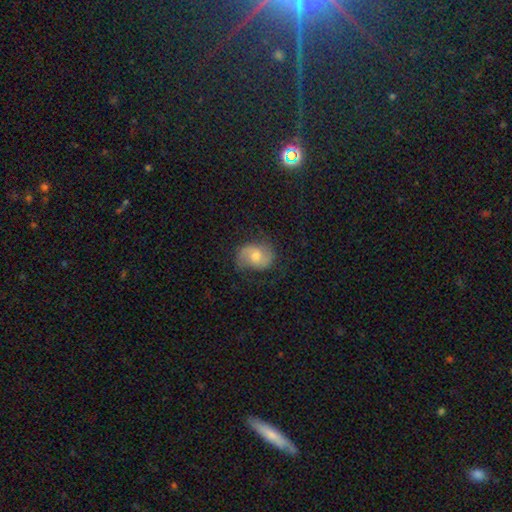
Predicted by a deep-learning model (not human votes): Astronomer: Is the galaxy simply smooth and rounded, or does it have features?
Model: featured or disk — 62%.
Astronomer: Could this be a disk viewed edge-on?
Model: no — 97%.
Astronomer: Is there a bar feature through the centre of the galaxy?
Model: no — 56% (runner-up: weak, 38%).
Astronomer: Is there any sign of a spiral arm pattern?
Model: yes — 91%.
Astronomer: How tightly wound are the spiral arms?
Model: medium — 46% (runner-up: loose, 34%).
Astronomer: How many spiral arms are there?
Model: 2 — 87%.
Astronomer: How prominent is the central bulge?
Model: moderate — 61%.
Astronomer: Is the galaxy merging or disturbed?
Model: none — 70%.